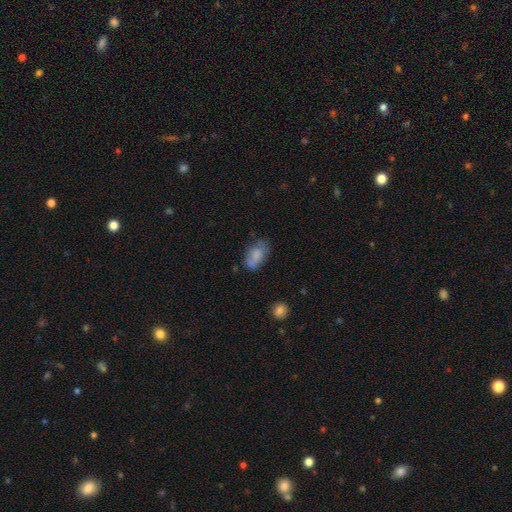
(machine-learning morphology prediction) The model was most divided on "merging": none: 49%, minor disturbance: 28%, major disturbance: 13%, merger: 10%. More confident: how rounded — in between (90%); smooth or featured — smooth (71%).